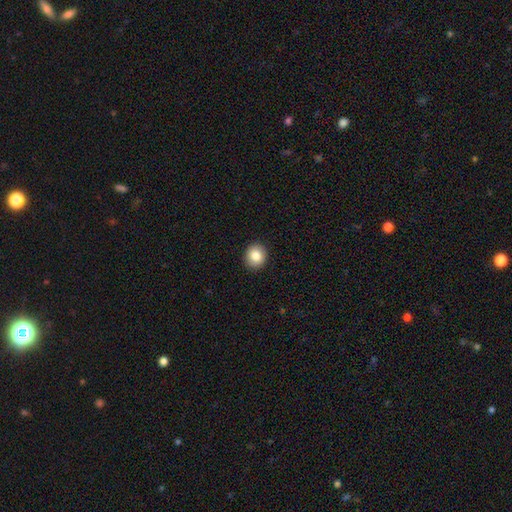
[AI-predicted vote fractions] A smooth galaxy with no disk features (85%) that is round (76%). Merging: none (92%).